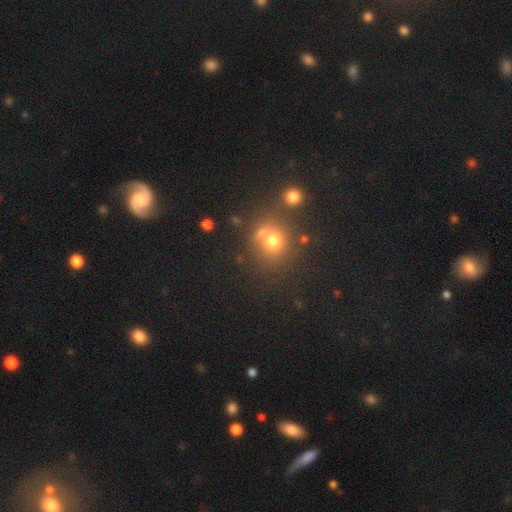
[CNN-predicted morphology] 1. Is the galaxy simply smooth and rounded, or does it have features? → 52% smooth, 40% star or artifact, 8% featured or disk.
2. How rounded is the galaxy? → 87% round, 12% in between, 1% cigar-shaped.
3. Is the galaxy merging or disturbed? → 78% none, 9% merger, 8% minor disturbance, 4% major disturbance.